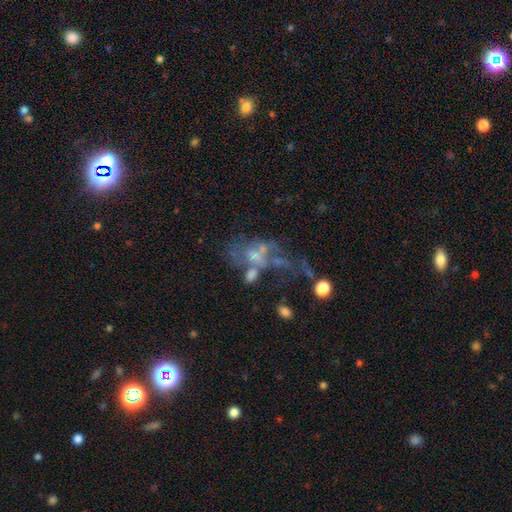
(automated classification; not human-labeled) Smooth or featured? Predicted: featured or disk (p=0.58). Edge-on disk? Predicted: no (p=0.96). Bar? Predicted: no (p=0.80). Spiral arms? Predicted: no (p=0.77). Bulge size? Predicted: none (p=0.35). Merging? Predicted: major disturbance (p=0.36).